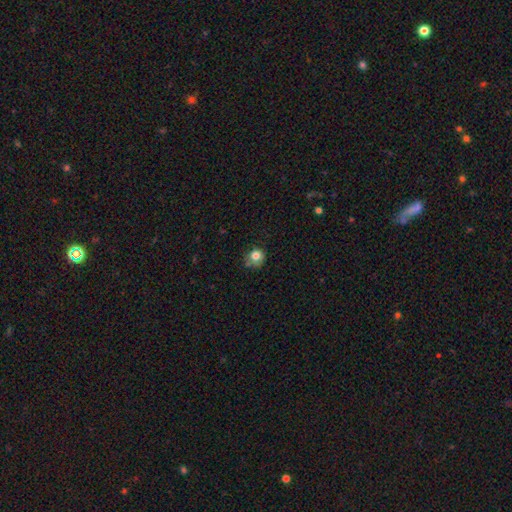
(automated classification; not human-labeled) Smooth or featured: smooth — 79% (star or artifact — 11%)
How rounded: round — 82% (in between — 17%)
Merging: none — 57% (minor disturbance — 28%)